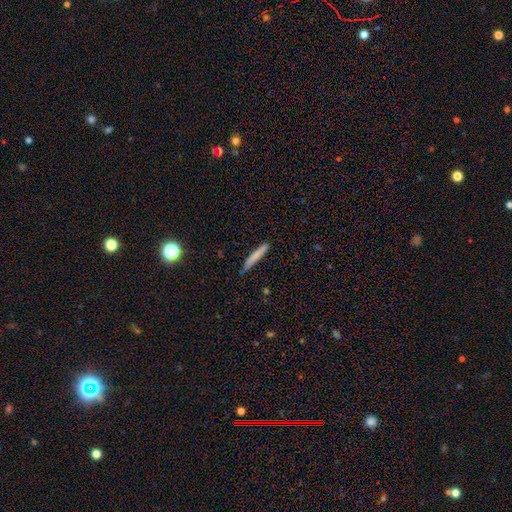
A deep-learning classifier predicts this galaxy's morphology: smooth_or_featured: smooth (p=0.74) [alt: featured or disk p=0.19]
how_rounded: cigar-shaped (p=0.95) [alt: in between p=0.03]
merging: none (p=0.81) [alt: minor disturbance p=0.15]